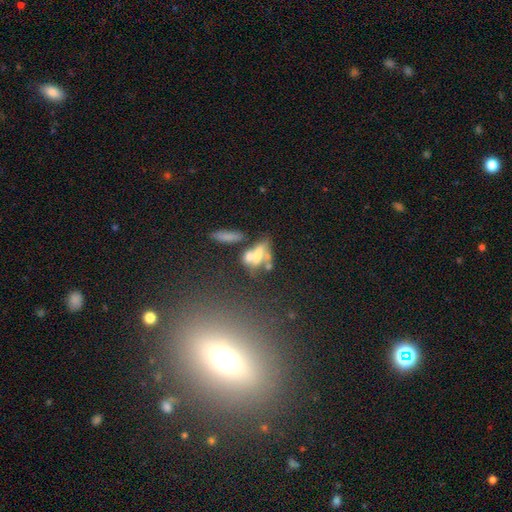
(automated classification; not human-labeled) smooth-or-featured: smooth: 43% | featured or disk: 41% | star or artifact: 16%
  merging: merger: 52% | none: 22% | major disturbance: 14% | minor disturbance: 12%